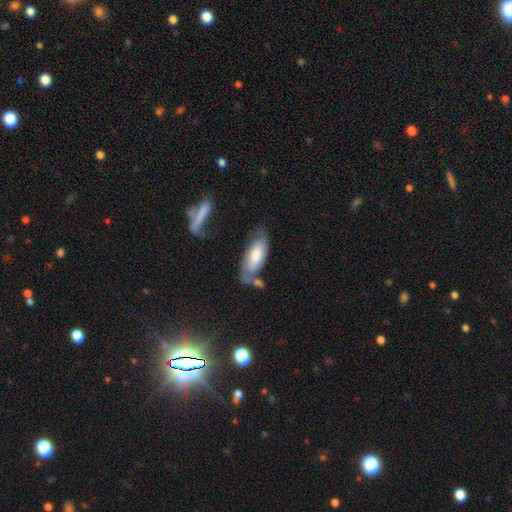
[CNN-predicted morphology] Overall: smooth (53%; featured or disk 41%). How rounded: in between (81%). Merging: none (50%; minor disturbance 22%).